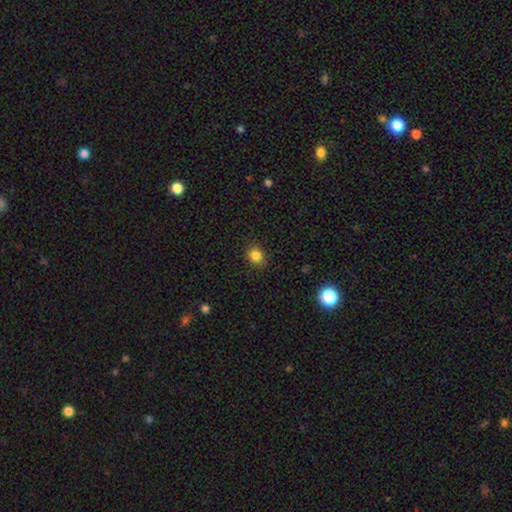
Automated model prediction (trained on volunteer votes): A smooth galaxy with no disk features (83%) that is round (74%). Merging: none (88%).